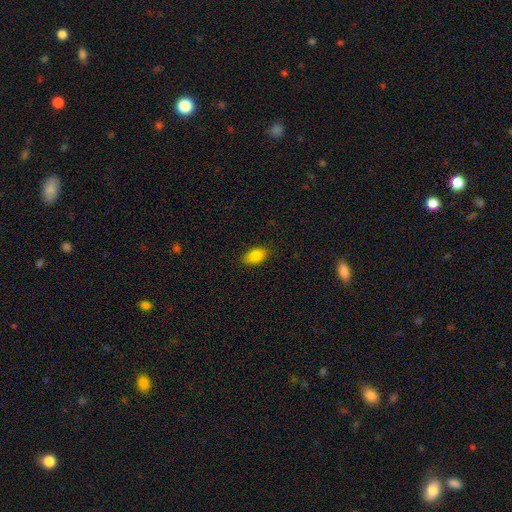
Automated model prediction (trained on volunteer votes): Smooth or featured? Predicted: smooth (p=0.86). How rounded? Predicted: in between (p=0.91). Merging? Predicted: none (p=0.86).